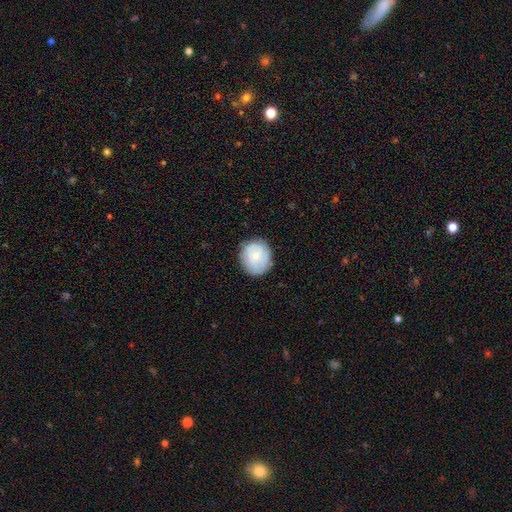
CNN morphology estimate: smooth 67%, featured or disk 26%, star or artifact 7%. Down the decision tree: how rounded — round (77%); merging — none (78%).